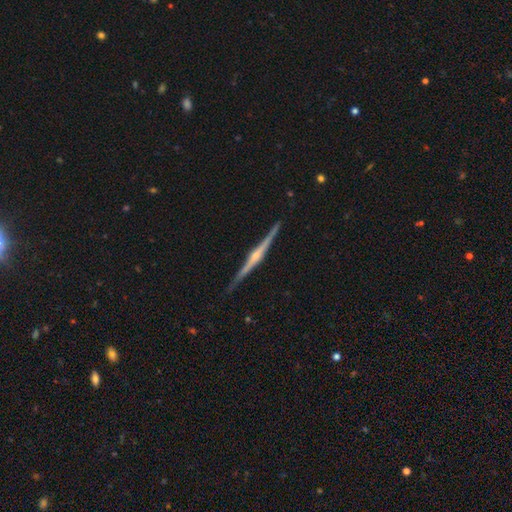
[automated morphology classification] Smooth or featured? featured or disk (83%)
Edge-on disk? yes (98%)
Edge-on bulge? rounded (75%)
Merging? none (90%)